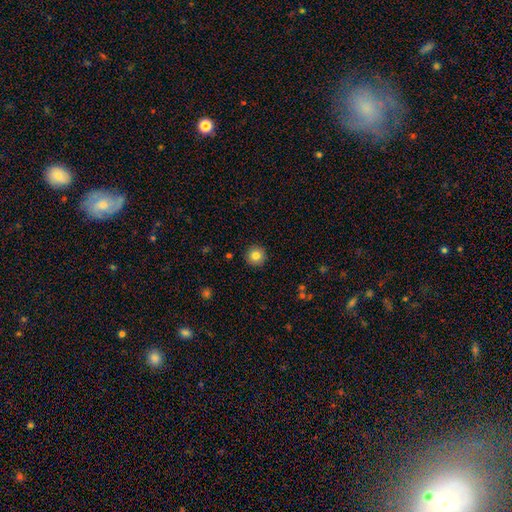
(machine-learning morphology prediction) The model was most divided on "smooth or featured": smooth: 82%, star or artifact: 10%, featured or disk: 8%. More confident: how rounded — round (96%); merging — none (92%).